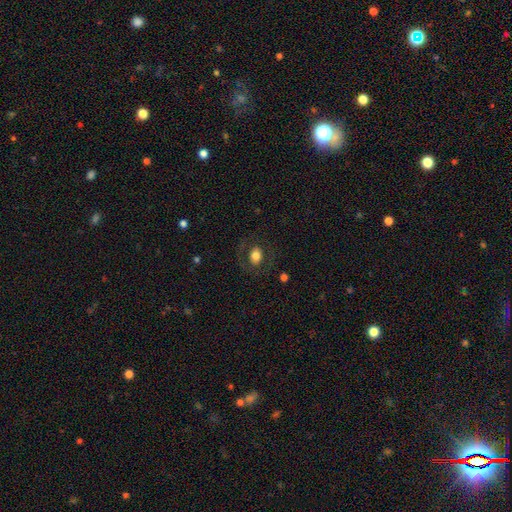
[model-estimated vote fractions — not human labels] Smooth or featured? smooth (70%)
How rounded? in between (57%)
Merging? none (79%)